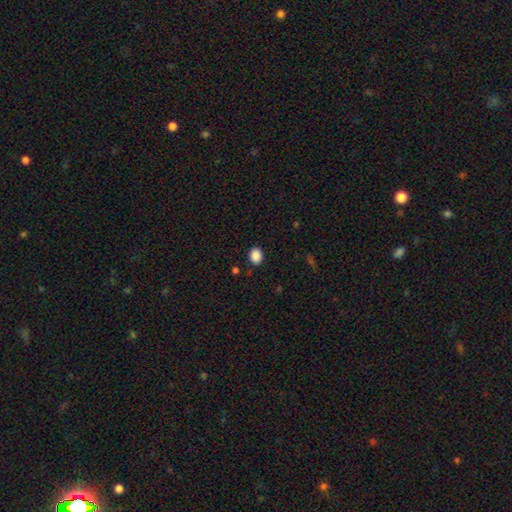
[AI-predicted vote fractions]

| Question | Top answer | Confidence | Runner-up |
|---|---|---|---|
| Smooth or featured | smooth | 89% | star or artifact (9%) |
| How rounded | in between | 60% | round (39%) |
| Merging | none | 87% | minor disturbance (9%) |